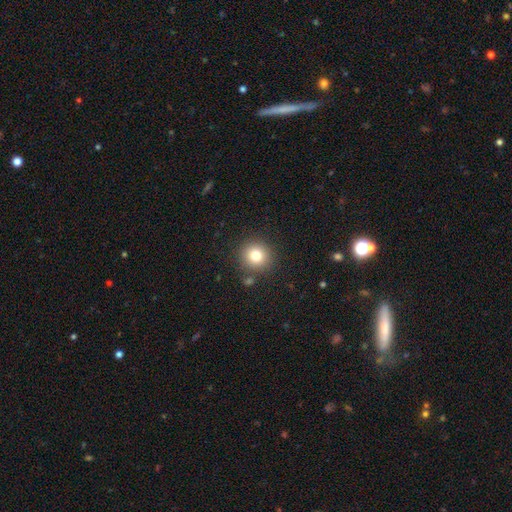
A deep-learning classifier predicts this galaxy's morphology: A smooth galaxy with no disk features (78%) that is round (92%). Merging: none (85%).